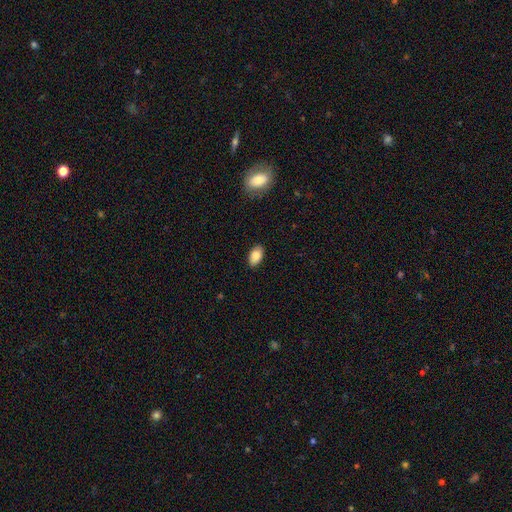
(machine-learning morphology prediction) smooth_or_featured: smooth (p=0.87) [alt: star or artifact p=0.07]
how_rounded: in between (p=0.93) [alt: round p=0.06]
merging: none (p=0.87) [alt: minor disturbance p=0.09]